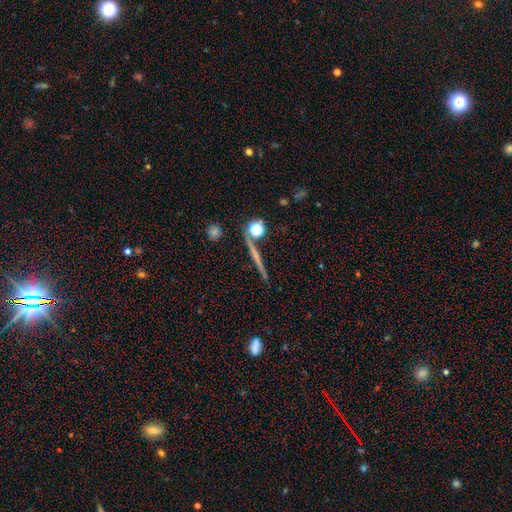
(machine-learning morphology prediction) This appears to be a featured or disk galaxy (54%) viewed edge-on (95%) with no central bulge (79%). Merging: none (87%).